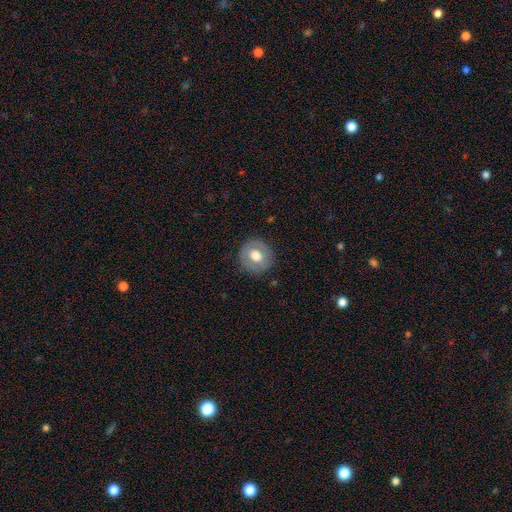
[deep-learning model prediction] Overall: smooth (61%; featured or disk 32%). How rounded: round (89%). Merging: none (86%).